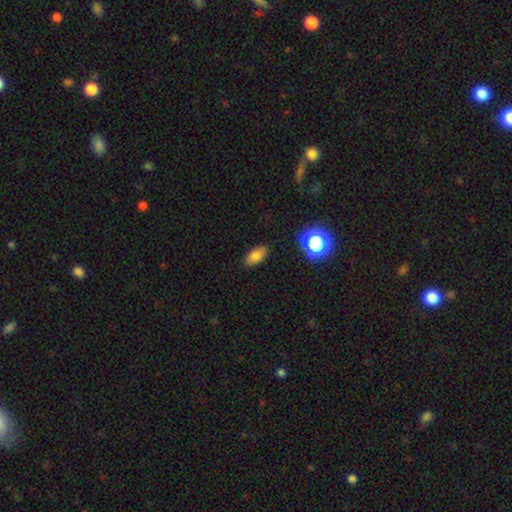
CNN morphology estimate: This appears to be a smooth galaxy with no disk features (79%) that is in between round and cigar-shaped (87%). Merging: none (86%).